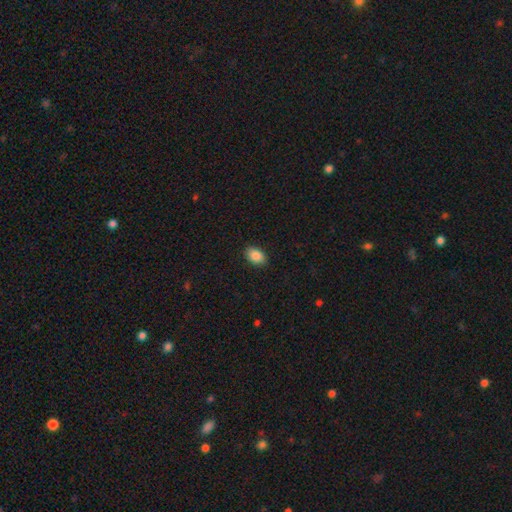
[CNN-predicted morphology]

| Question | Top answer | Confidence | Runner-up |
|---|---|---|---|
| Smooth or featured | smooth | 88% | star or artifact (8%) |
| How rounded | in between | 85% | round (14%) |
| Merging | none | 89% | minor disturbance (8%) |